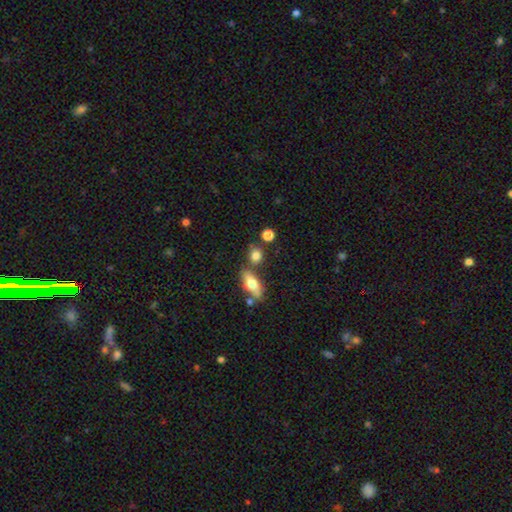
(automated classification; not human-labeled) Smooth or featured? Predicted: smooth (p=0.81). How rounded? Predicted: round (p=0.62). Merging? Predicted: none (p=0.65).